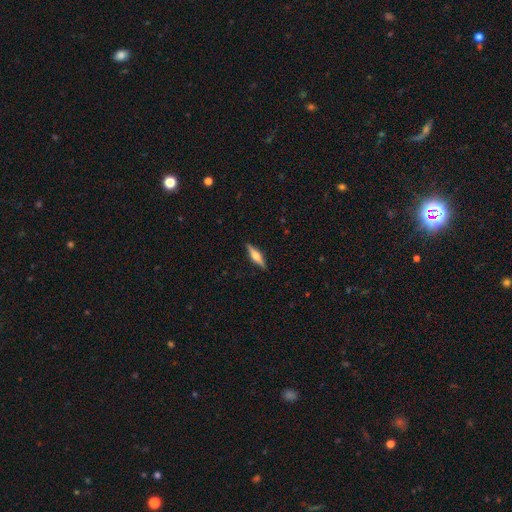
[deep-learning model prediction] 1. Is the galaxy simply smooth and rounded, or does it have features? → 56% featured or disk, 38% smooth, 6% star or artifact.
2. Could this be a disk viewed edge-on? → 96% yes, 4% no.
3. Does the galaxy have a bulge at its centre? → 88% rounded, 9% boxy, 3% none.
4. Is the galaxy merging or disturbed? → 90% none, 7% minor disturbance, 2% major disturbance, 1% merger.